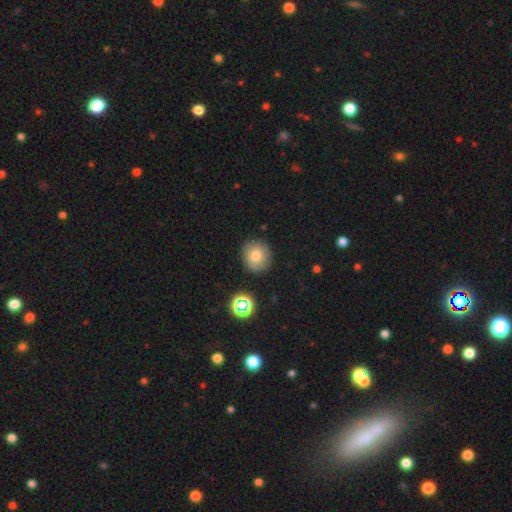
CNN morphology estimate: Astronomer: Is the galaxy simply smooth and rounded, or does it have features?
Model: smooth — 75%.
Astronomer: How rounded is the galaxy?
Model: round — 89%.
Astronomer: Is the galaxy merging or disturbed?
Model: none — 86%.